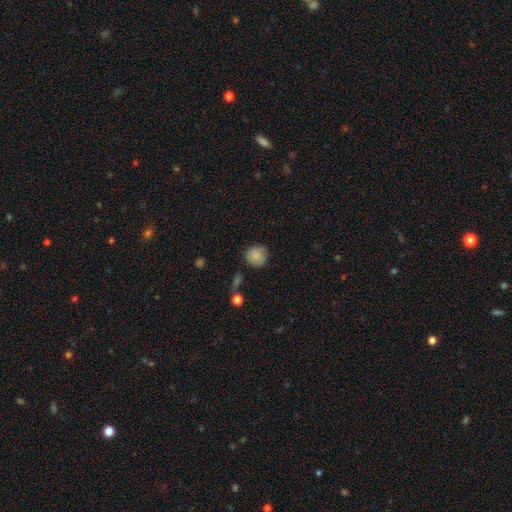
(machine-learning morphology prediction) This is clearly a smooth galaxy (85%). How rounded: clearly round (88%). Merging: likely none (75%).